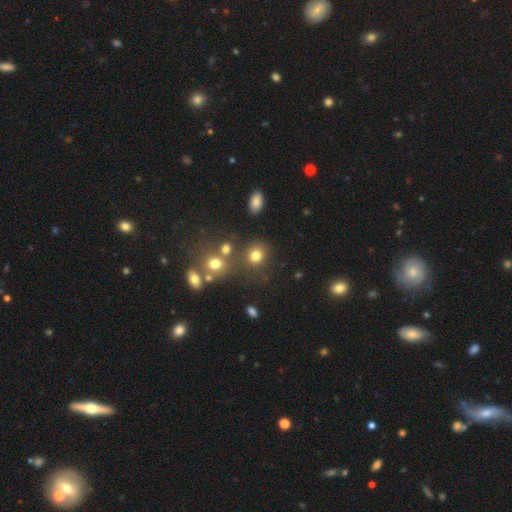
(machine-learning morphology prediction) A smooth galaxy with no disk features (77%) that is round (72%). Merging: none (69%).